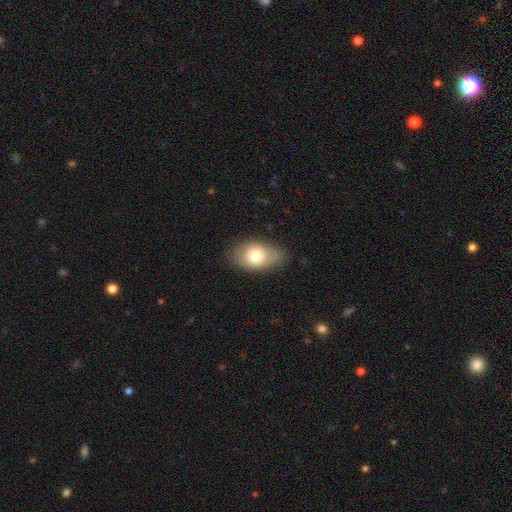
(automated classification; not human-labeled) A smooth galaxy with no disk features (75%) that is in between round and cigar-shaped (88%).

Vote fractions:
- Smooth or featured? smooth: 75% / featured or disk: 17% / star or artifact: 8%
- How rounded? in between: 88% / round: 10% / cigar-shaped: 2%
- Merging? none: 78% / minor disturbance: 17% / major disturbance: 4% / merger: 1%